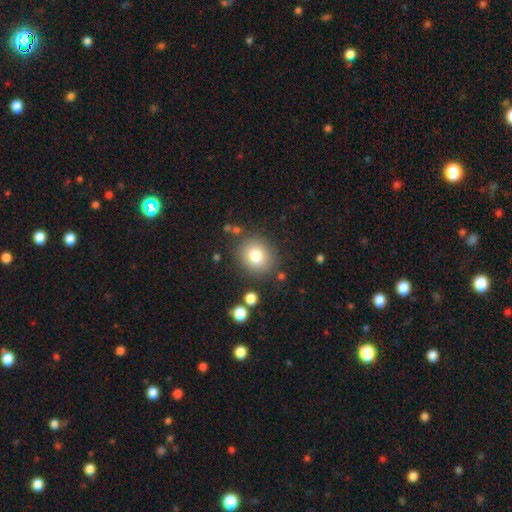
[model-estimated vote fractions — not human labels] The model was most divided on "how rounded": round: 83%, in between: 16%, cigar-shaped: 1%. More confident: merging — none (83%); smooth or featured — smooth (78%).